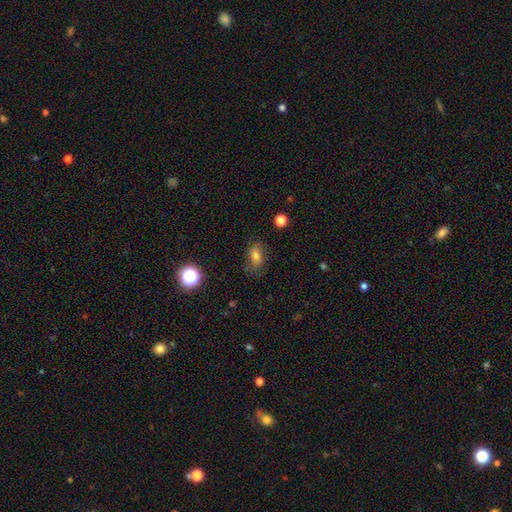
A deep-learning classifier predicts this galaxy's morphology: Overall: smooth (73%). How rounded: in between (80%). Merging: none (74%).